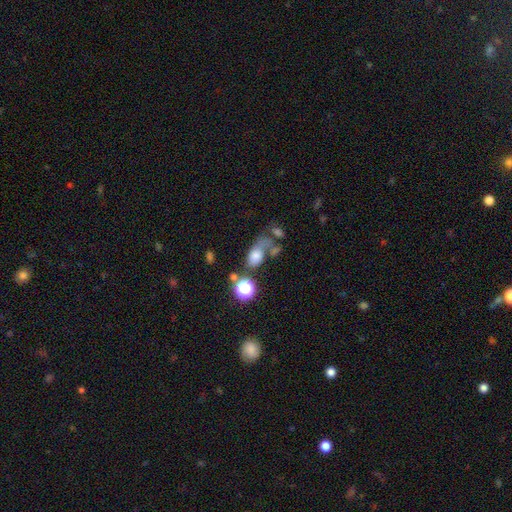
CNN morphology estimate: smooth 68%, featured or disk 17%, star or artifact 15%. Down the decision tree: how rounded — in between (76%); merging — merger (30%).